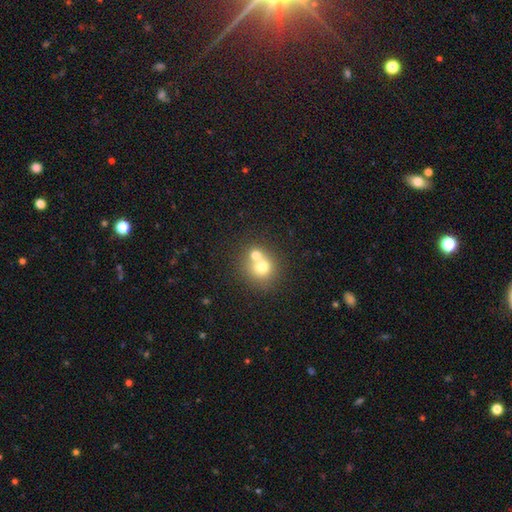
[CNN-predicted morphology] type=smooth (70%); roundness=round (83%); merging=merger (58%).